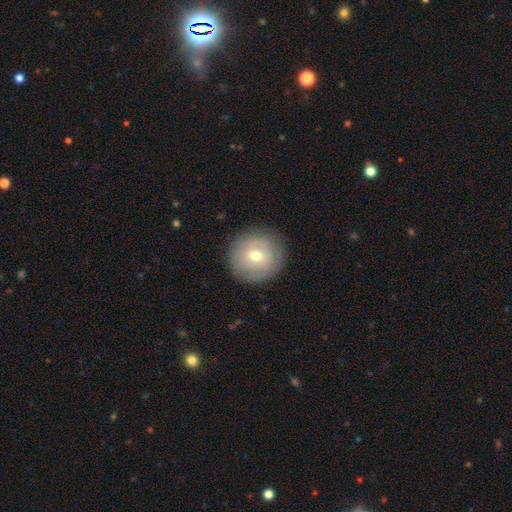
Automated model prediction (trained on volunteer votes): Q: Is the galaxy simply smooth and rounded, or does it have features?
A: smooth — 59%.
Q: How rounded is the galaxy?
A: round — 93%.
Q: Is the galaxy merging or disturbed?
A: none — 86%.